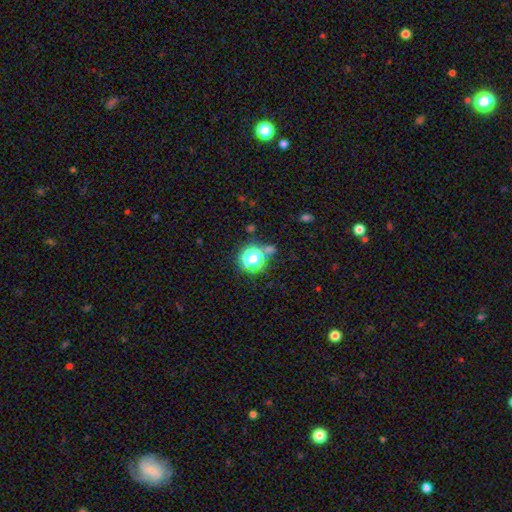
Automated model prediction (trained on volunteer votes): Overall: star or artifact (69%).